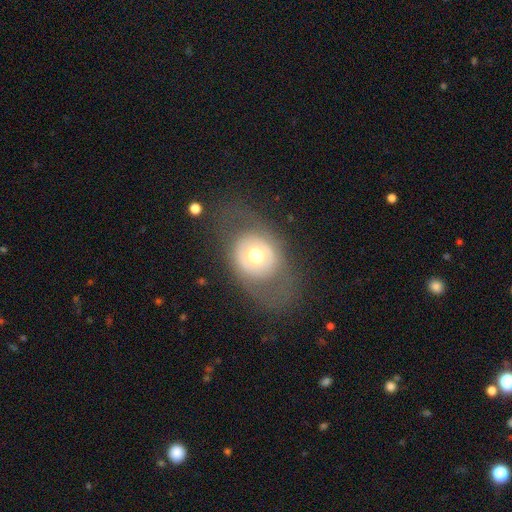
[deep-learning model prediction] A featured or disk galaxy (51%).

Vote fractions:
- Smooth or featured? featured or disk: 51% / smooth: 42% / star or artifact: 7%
- Edge-on disk? no: 92% / yes: 8%
- Merging? none: 71% / minor disturbance: 14% / major disturbance: 14% / merger: 1%